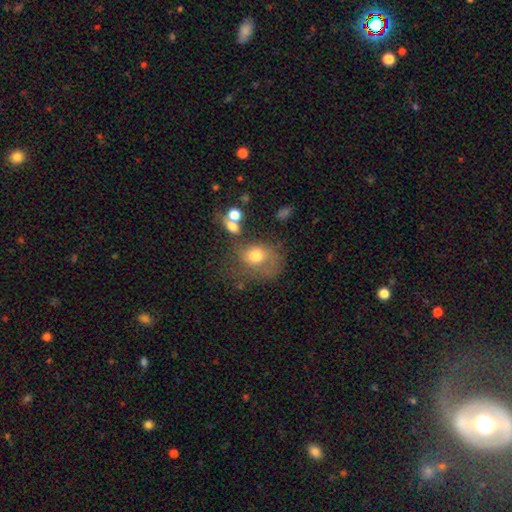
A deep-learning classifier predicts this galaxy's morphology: Q: Smooth or featured?
A: smooth (64%); runner-up: featured or disk (24%)
Q: How rounded?
A: round (50%); runner-up: in between (49%)
Q: Merging?
A: none (34%); runner-up: major disturbance (28%)